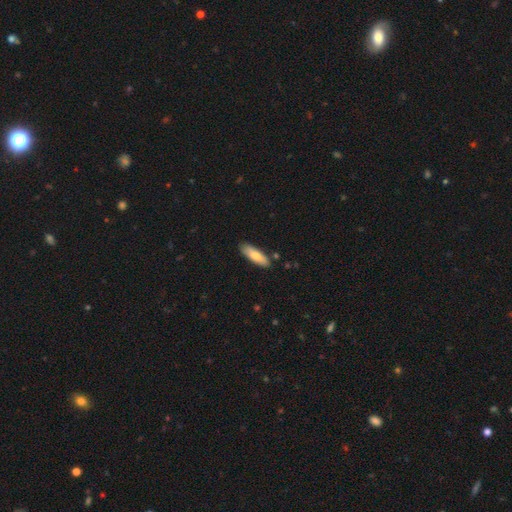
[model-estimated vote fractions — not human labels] Q: Smooth or featured?
A: smooth (75%); runner-up: featured or disk (19%)
Q: How rounded?
A: in between (52%); runner-up: cigar-shaped (46%)
Q: Merging?
A: none (84%); runner-up: minor disturbance (11%)